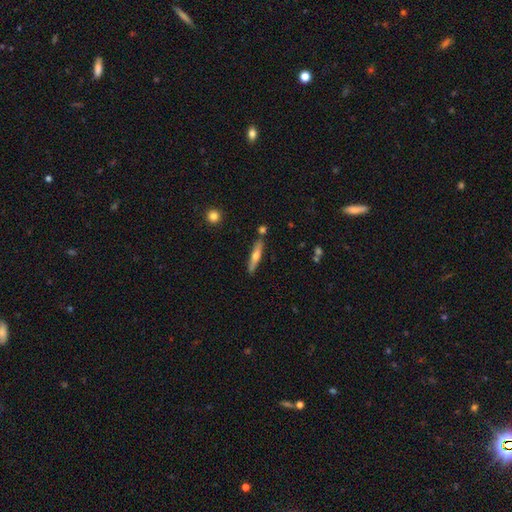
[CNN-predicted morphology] Q: Smooth or featured?
A: smooth (52%); runner-up: featured or disk (43%)
Q: How rounded?
A: cigar-shaped (88%); runner-up: in between (10%)
Q: Merging?
A: none (81%); runner-up: minor disturbance (11%)